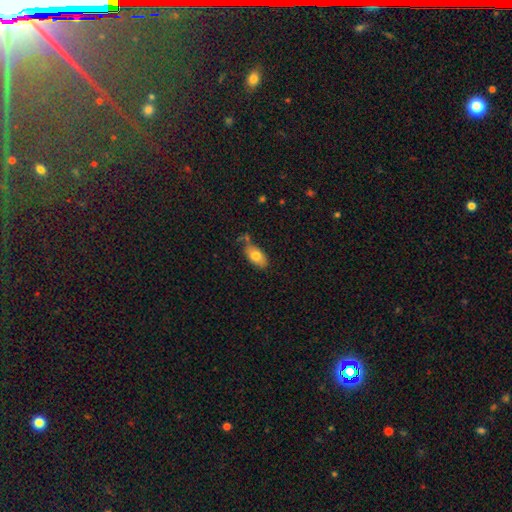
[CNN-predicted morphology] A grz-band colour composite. It shows a smooth galaxy with no disk features (77%) that is in between round and cigar-shaped (91%). Merging: none (61%).